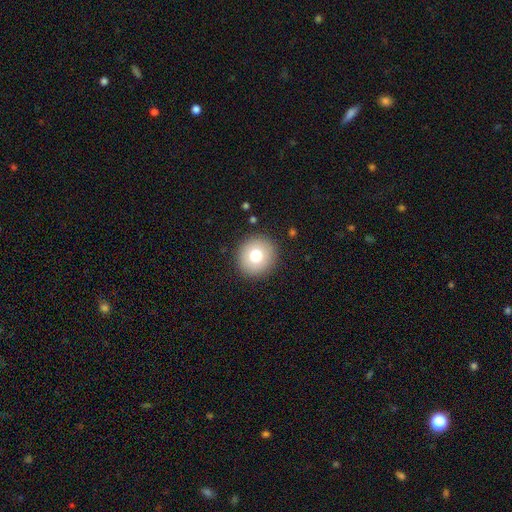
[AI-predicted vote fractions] smooth 74%, featured or disk 14%, star or artifact 11%. Down the decision tree: how rounded — round (93%); merging — none (91%).